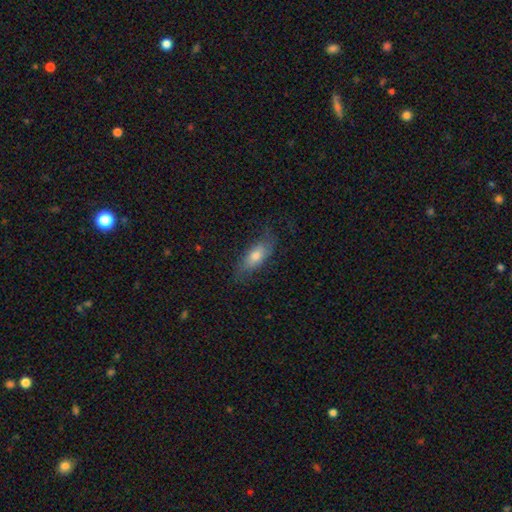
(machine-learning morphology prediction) This is likely a smooth galaxy (63%). How rounded: likely in between (73%). Merging: likely none (68%).